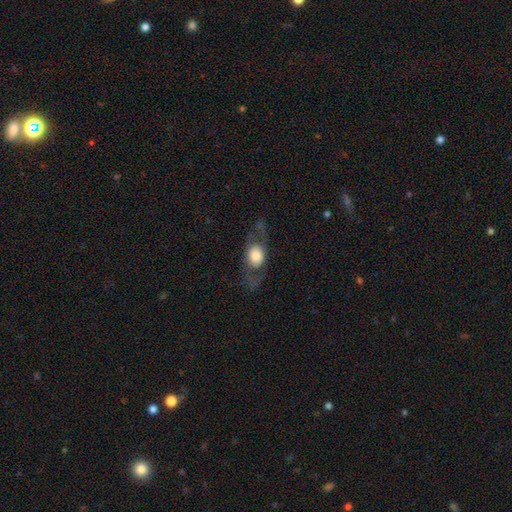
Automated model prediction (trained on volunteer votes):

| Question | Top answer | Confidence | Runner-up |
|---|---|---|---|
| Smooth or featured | featured or disk | 48% | smooth (46%) |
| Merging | none | 67% | major disturbance (17%) |